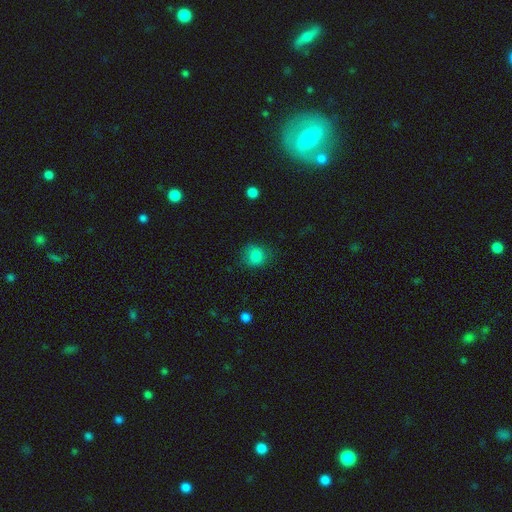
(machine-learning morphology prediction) Smooth or featured?
  - smooth: 84% *
  - star or artifact: 10%
  - featured or disk: 5%
How rounded?
  - round: 79% *
  - in between: 20%
  - cigar-shaped: 1%
Merging?
  - none: 74% *
  - minor disturbance: 18%
  - major disturbance: 7%
  - merger: 1%